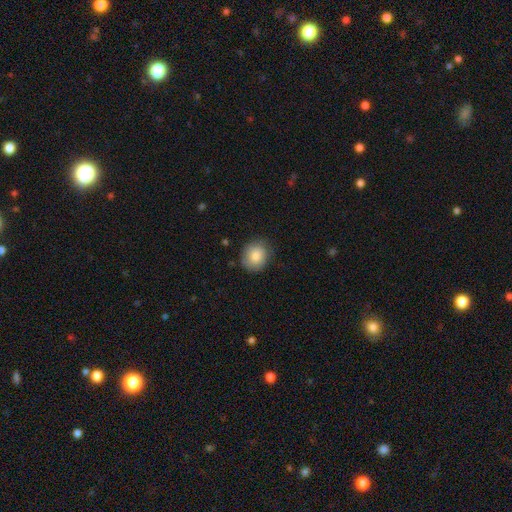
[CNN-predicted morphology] A smooth galaxy with no disk features (83%) that is round (74%).

Vote fractions:
- Smooth or featured? smooth: 83% / featured or disk: 10% / star or artifact: 7%
- How rounded? round: 74% / in between: 25% / cigar-shaped: 1%
- Merging? none: 78% / minor disturbance: 17% / major disturbance: 4% / merger: 1%